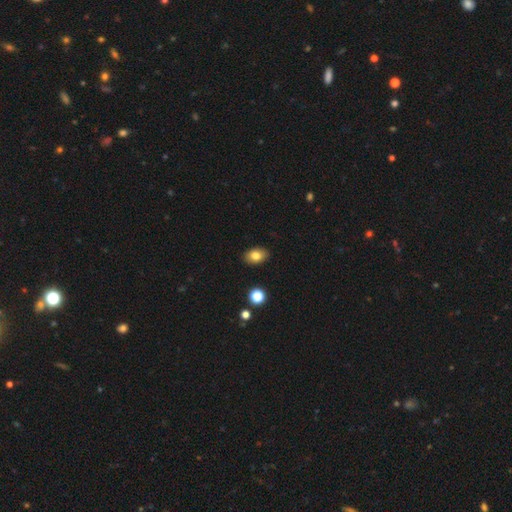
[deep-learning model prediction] smooth-or-featured: smooth: 81% | featured or disk: 10% | star or artifact: 9%
  how-rounded: in between: 83% | round: 16% | cigar-shaped: 1%
  merging: none: 89% | minor disturbance: 8% | major disturbance: 2% | merger: 1%